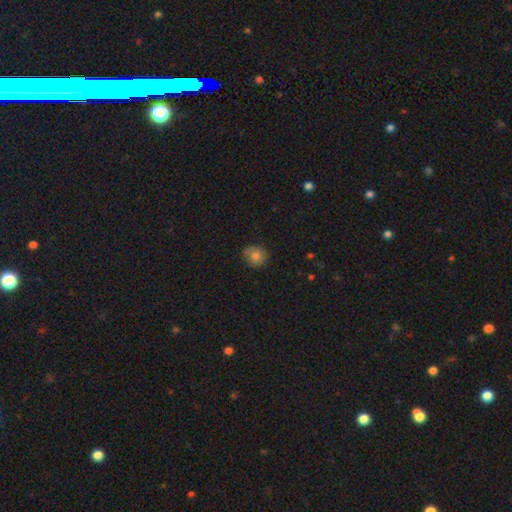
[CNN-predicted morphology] smooth-or-featured: smooth: 80% | star or artifact: 10% | featured or disk: 10%
  how-rounded: round: 81% | in between: 18% | cigar-shaped: 1%
  merging: none: 78% | minor disturbance: 18% | major disturbance: 3% | merger: 1%